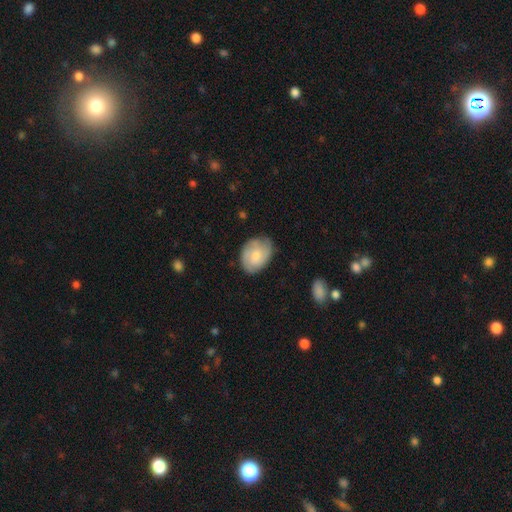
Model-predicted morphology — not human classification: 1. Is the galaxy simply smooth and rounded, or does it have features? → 57% smooth, 36% featured or disk, 6% star or artifact.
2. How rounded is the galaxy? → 70% in between, 29% round, 1% cigar-shaped.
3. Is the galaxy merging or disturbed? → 72% none, 22% minor disturbance, 5% major disturbance, 1% merger.